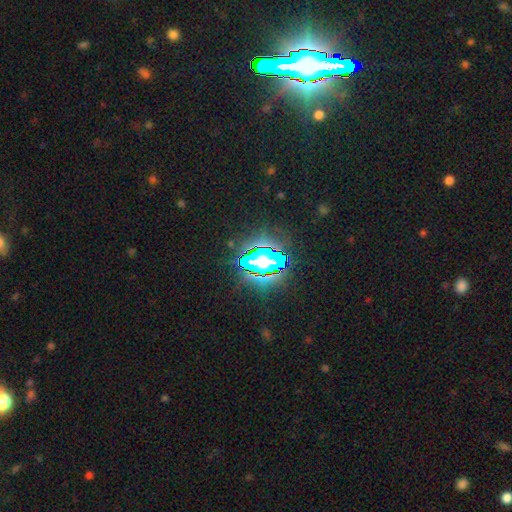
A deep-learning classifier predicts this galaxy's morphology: Smooth or featured? star or artifact (77%)